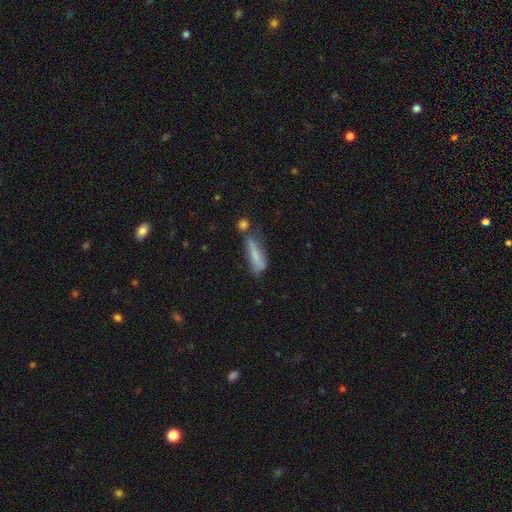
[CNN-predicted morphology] Smooth or featured? Predicted: smooth (p=0.64). How rounded? Predicted: cigar-shaped (p=0.64). Merging? Predicted: none (p=0.39).